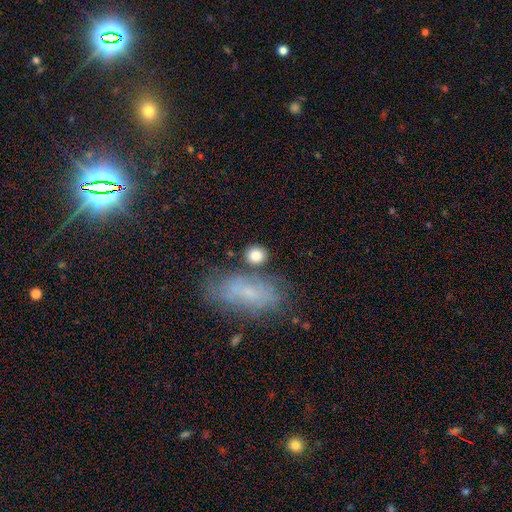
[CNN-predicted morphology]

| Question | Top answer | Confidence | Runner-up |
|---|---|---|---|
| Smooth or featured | smooth | 81% | featured or disk (11%) |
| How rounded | round | 62% | in between (35%) |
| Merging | none | 70% | minor disturbance (13%) |